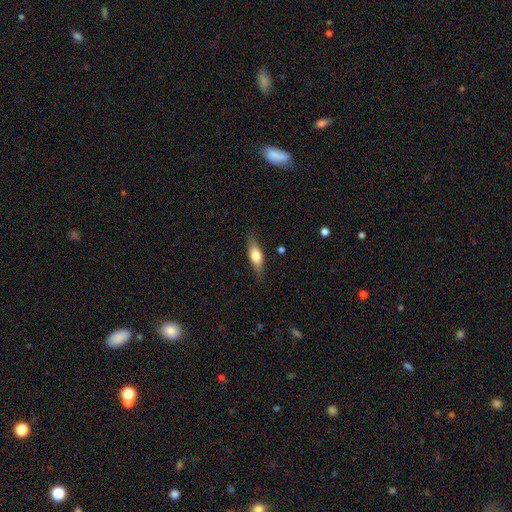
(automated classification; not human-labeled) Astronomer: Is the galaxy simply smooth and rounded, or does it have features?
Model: smooth — 64%.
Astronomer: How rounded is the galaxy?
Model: in between — 58% (runner-up: cigar-shaped, 39%).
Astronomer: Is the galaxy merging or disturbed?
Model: none — 82%.